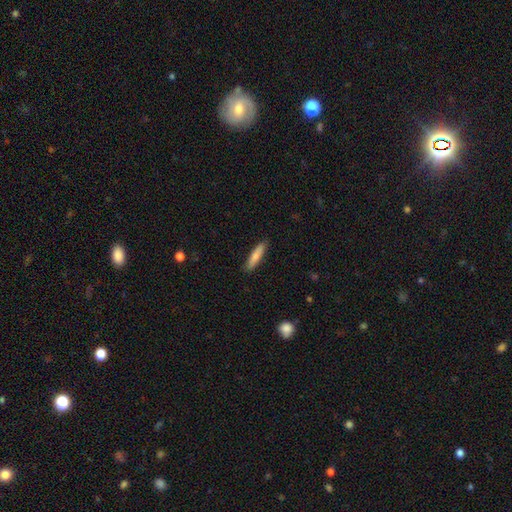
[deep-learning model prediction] Smooth or featured? smooth (78%)
How rounded? cigar-shaped (82%)
Merging? none (88%)